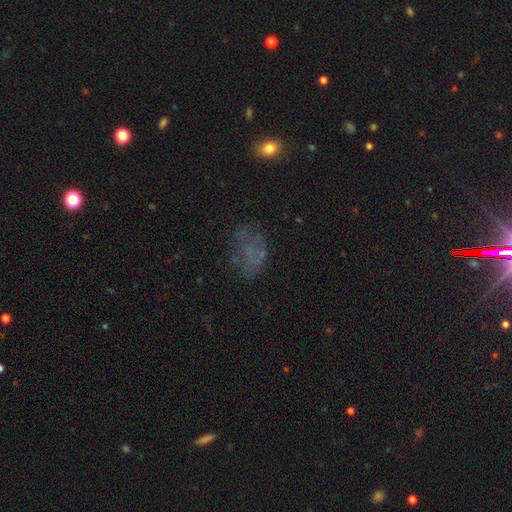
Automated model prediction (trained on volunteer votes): smooth 38%, featured or disk 35%, star or artifact 27%. Down the decision tree: merging — none (50%).